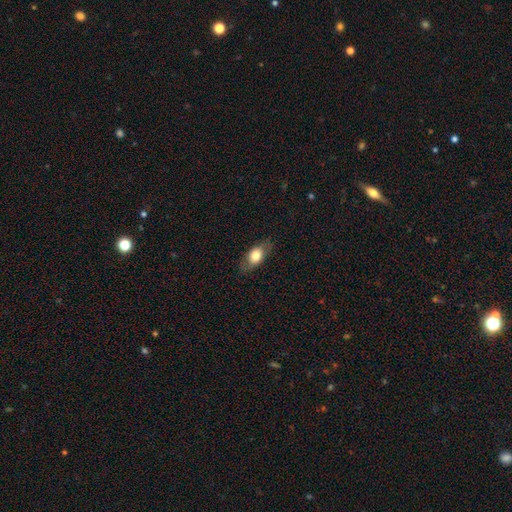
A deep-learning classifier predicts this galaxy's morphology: Smooth or featured? smooth (69%)
How rounded? in between (83%)
Merging? none (79%)